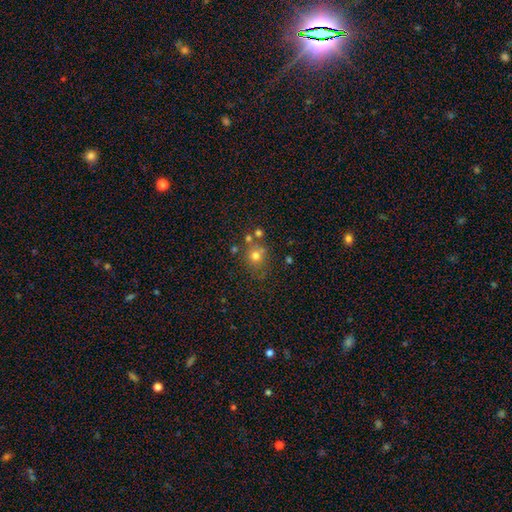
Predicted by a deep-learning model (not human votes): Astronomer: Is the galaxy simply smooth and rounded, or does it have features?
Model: smooth — 69%.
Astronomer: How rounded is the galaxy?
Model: round — 80%.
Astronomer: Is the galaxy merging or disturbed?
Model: none — 63%.